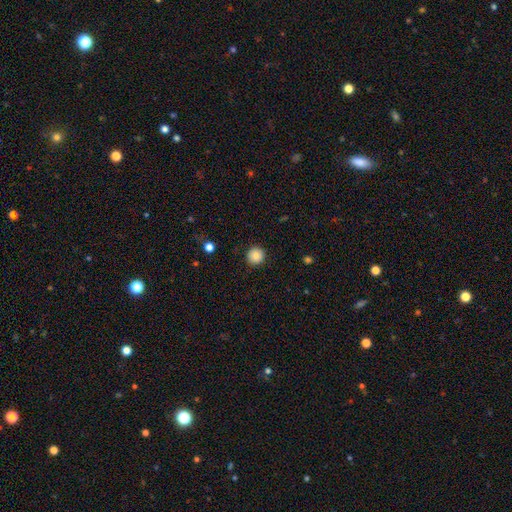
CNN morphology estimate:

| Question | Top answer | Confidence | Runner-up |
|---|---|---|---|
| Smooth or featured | smooth | 86% | star or artifact (9%) |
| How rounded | round | 95% | in between (4%) |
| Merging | none | 91% | minor disturbance (6%) |